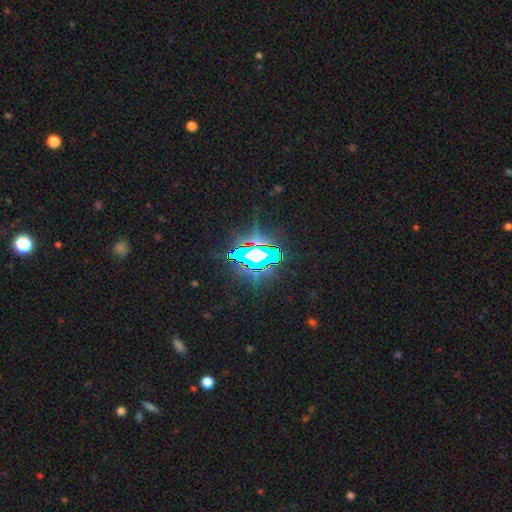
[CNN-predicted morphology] Q: Smooth or featured?
A: star or artifact (77%); runner-up: featured or disk (12%)